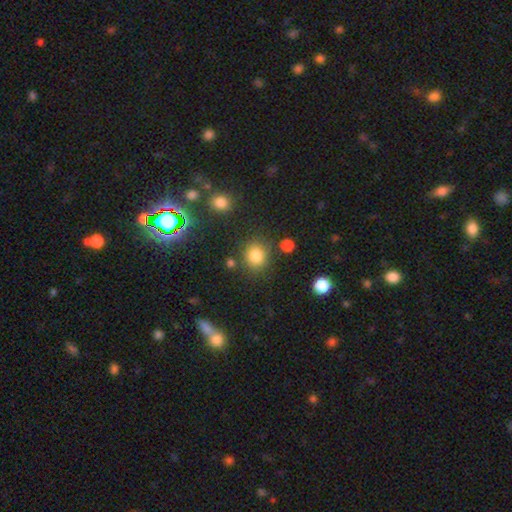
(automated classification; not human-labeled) Smooth or featured? Predicted: smooth (p=0.81). How rounded? Predicted: round (p=0.77). Merging? Predicted: none (p=0.79).